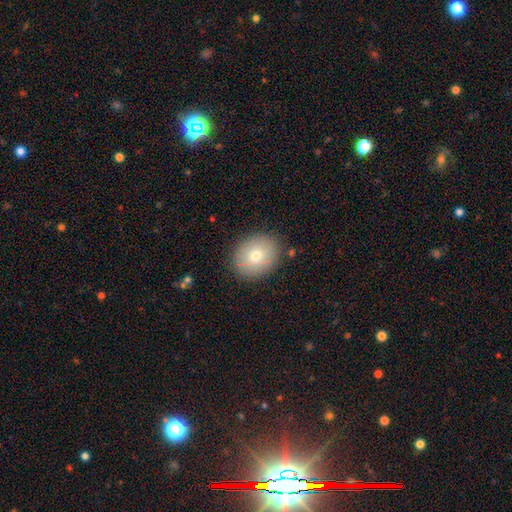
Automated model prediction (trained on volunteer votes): This appears to be a smooth galaxy with no disk features (73%) that is round (52%). Merging: none (86%).